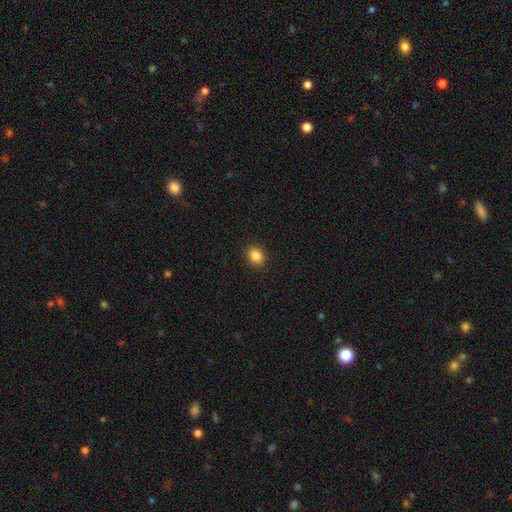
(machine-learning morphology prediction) Smooth or featured?
  - smooth: 86% *
  - star or artifact: 10%
  - featured or disk: 4%
How rounded?
  - round: 52% *
  - in between: 47%
  - cigar-shaped: 1%
Merging?
  - none: 89% *
  - minor disturbance: 8%
  - major disturbance: 2%
  - merger: 1%